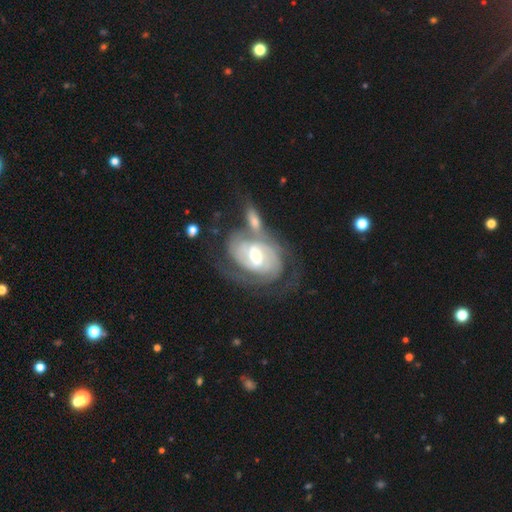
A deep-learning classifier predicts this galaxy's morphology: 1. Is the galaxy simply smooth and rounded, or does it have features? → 88% featured or disk, 8% smooth, 4% star or artifact.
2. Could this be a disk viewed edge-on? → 96% no, 4% yes.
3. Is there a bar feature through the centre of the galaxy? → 53% weak, 26% strong, 21% no.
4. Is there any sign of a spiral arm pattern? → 96% yes, 4% no.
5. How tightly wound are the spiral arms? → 64% tight, 29% medium, 7% loose.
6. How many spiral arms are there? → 56% 2, 21% can't tell, 13% 3, 4% 1, 4% 4, 3% more than 4.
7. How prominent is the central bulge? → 63% moderate, 29% small, 6% large, 1% none, 1% dominant.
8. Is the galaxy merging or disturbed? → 42% none, 29% merger, 16% minor disturbance, 13% major disturbance.